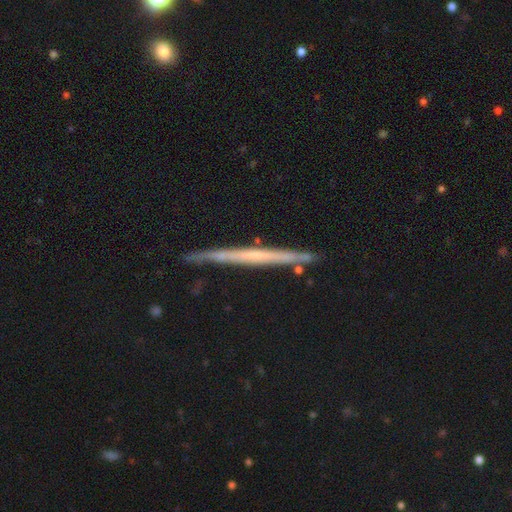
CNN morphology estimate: type=featured or disk (61%); edge-on=yes (97%); edge-on bulge=none (85%); merging=none (86%).